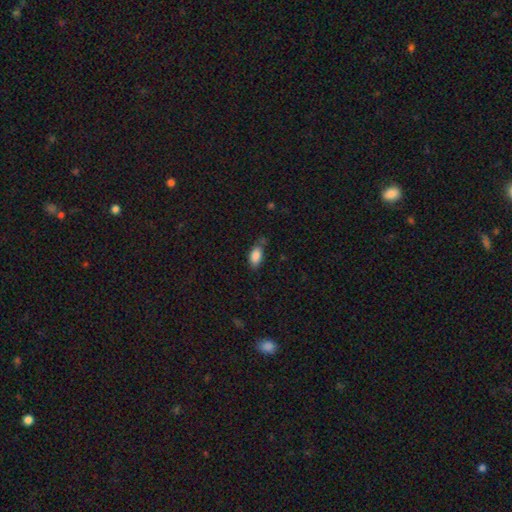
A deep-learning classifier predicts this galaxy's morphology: Smooth or featured?
  - smooth: 86% *
  - star or artifact: 8%
  - featured or disk: 6%
How rounded?
  - in between: 91% *
  - cigar-shaped: 5%
  - round: 4%
Merging?
  - none: 62% *
  - minor disturbance: 26%
  - major disturbance: 6%
  - merger: 5%